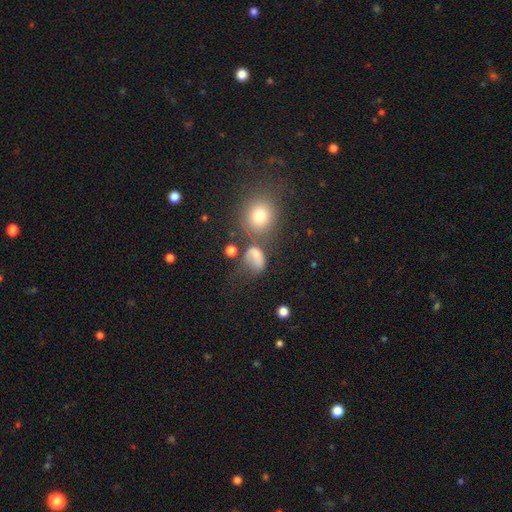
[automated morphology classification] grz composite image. It shows a smooth galaxy with no disk features (67%) that is in between round and cigar-shaped (53%). Merging: none (35%).